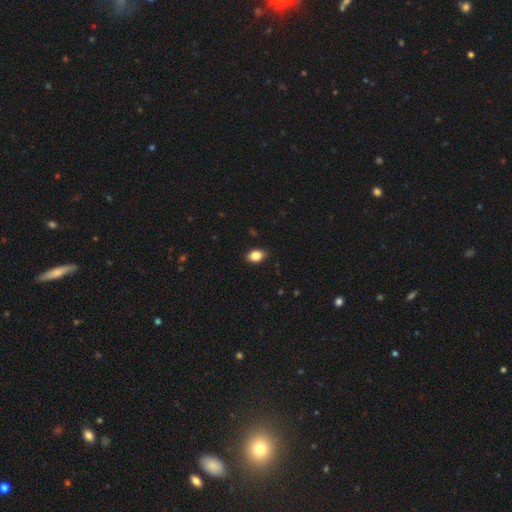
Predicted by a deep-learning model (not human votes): smooth_or_featured: smooth (p=0.86) [alt: star or artifact p=0.09]
how_rounded: in between (p=0.76) [alt: round p=0.23]
merging: none (p=0.87) [alt: minor disturbance p=0.10]